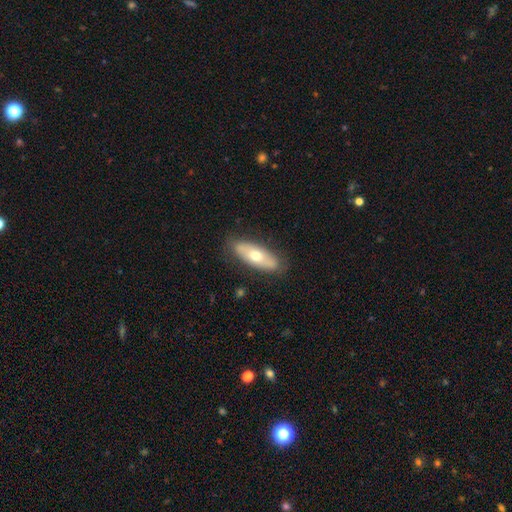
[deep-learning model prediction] Q: Smooth or featured?
A: smooth (55%); runner-up: featured or disk (39%)
Q: How rounded?
A: in between (69%); runner-up: cigar-shaped (28%)
Q: Merging?
A: none (84%); runner-up: minor disturbance (12%)